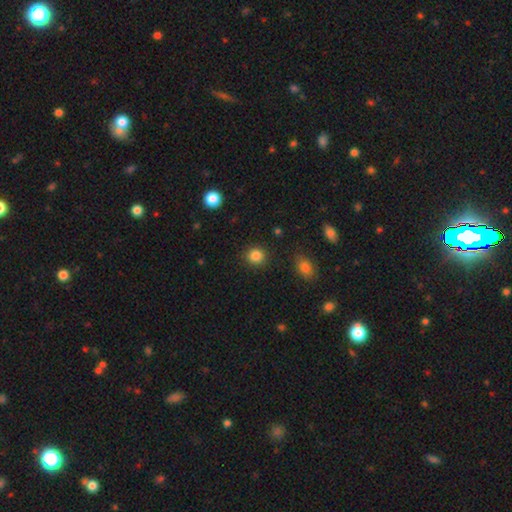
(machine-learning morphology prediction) Q: Smooth or featured?
A: smooth (86%); runner-up: star or artifact (11%)
Q: How rounded?
A: round (87%); runner-up: in between (12%)
Q: Merging?
A: none (90%); runner-up: minor disturbance (6%)